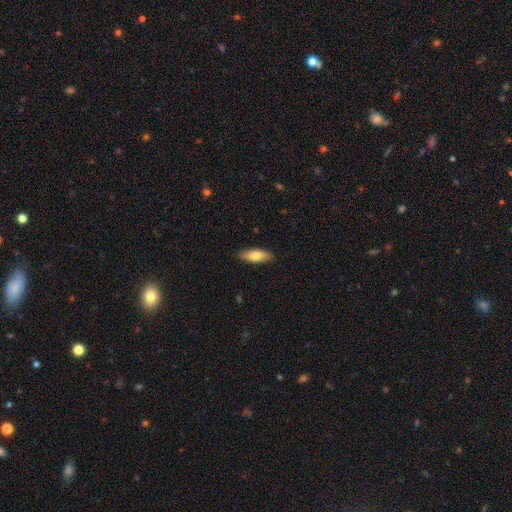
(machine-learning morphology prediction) smooth-or-featured: smooth: 75% | featured or disk: 19% | star or artifact: 6%
  how-rounded: in between: 67% | cigar-shaped: 30% | round: 2%
  merging: none: 87% | minor disturbance: 10% | major disturbance: 2% | merger: 1%